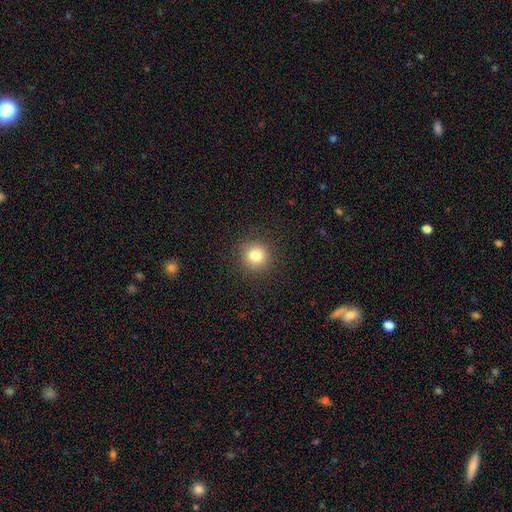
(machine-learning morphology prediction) Smooth or featured? smooth (81%)
How rounded? round (93%)
Merging? none (90%)